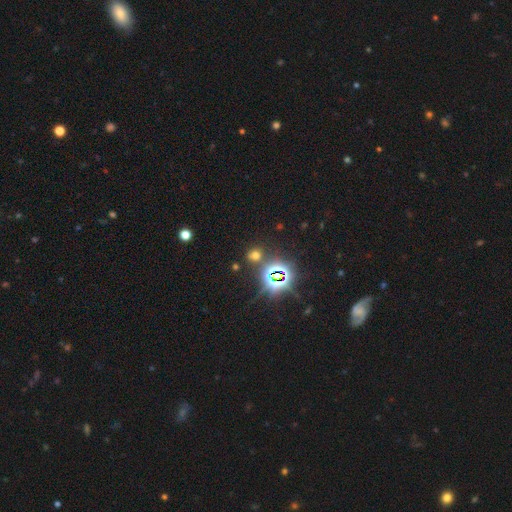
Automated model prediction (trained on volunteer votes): A smooth galaxy with no disk features (47%). Merging: none (78%).